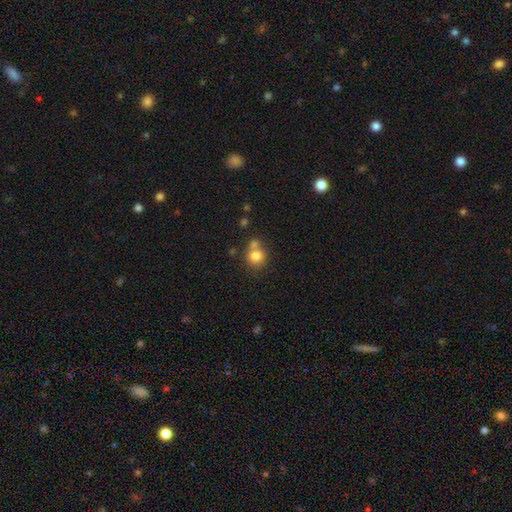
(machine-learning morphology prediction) A smooth galaxy with no disk features (80%) that is round (83%).

Vote fractions:
- Smooth or featured? smooth: 80% / star or artifact: 11% / featured or disk: 9%
- How rounded? round: 83% / in between: 16% / cigar-shaped: 1%
- Merging? none: 52% / merger: 34% / minor disturbance: 11% / major disturbance: 4%